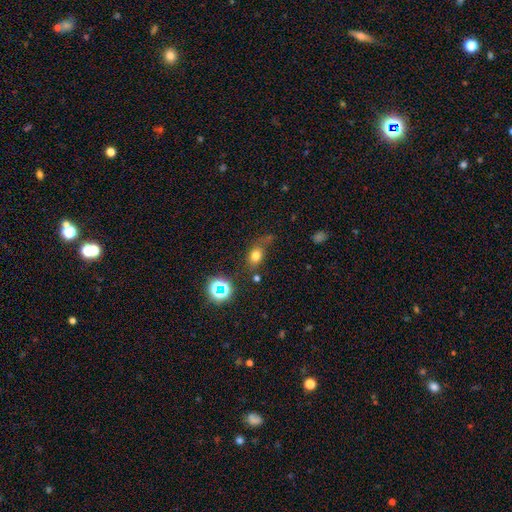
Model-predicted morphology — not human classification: This appears to be a smooth galaxy with no disk features (72%) that is in between round and cigar-shaped (62%). Merging: none (57%).